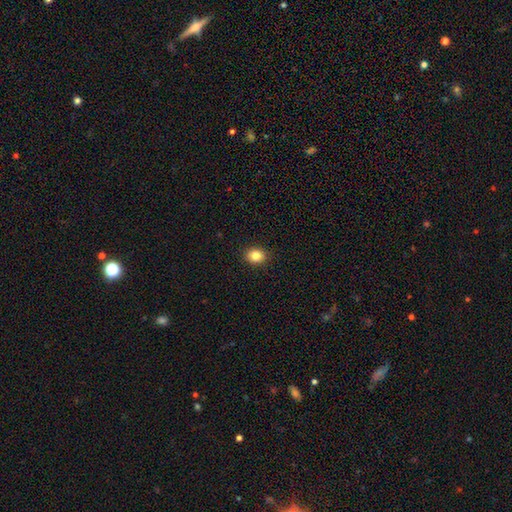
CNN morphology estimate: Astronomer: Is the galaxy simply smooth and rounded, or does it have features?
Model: smooth — 82%.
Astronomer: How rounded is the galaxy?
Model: round — 53% (runner-up: in between, 47%).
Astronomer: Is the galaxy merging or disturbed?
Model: none — 91%.